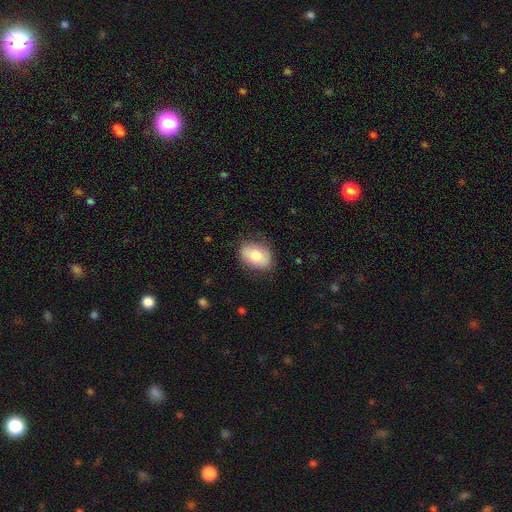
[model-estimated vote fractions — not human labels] Smooth or featured? Predicted: smooth (p=0.76). How rounded? Predicted: in between (p=0.79). Merging? Predicted: none (p=0.80).